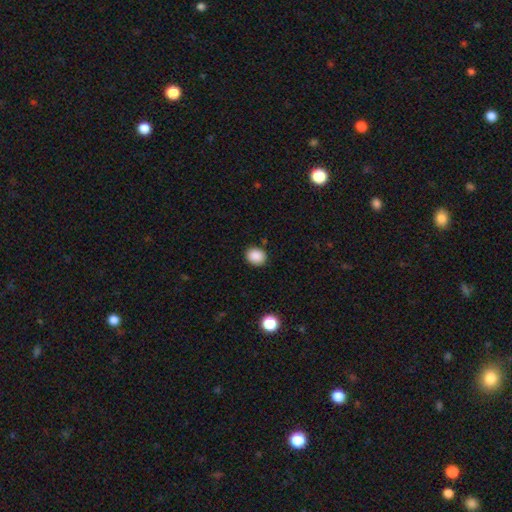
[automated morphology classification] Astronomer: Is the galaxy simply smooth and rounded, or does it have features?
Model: smooth — 88%.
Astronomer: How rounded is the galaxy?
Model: round — 58% (runner-up: in between, 41%).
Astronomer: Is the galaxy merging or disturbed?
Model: none — 88%.